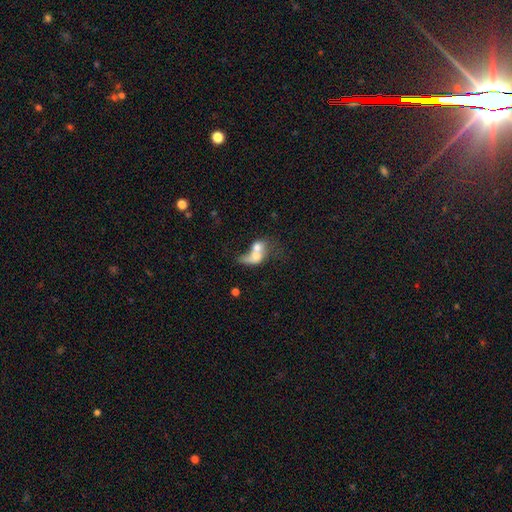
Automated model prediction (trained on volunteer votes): Q: Smooth or featured?
A: smooth (54%); runner-up: featured or disk (37%)
Q: How rounded?
A: in between (60%); runner-up: round (36%)
Q: Merging?
A: merger (71%); runner-up: major disturbance (14%)